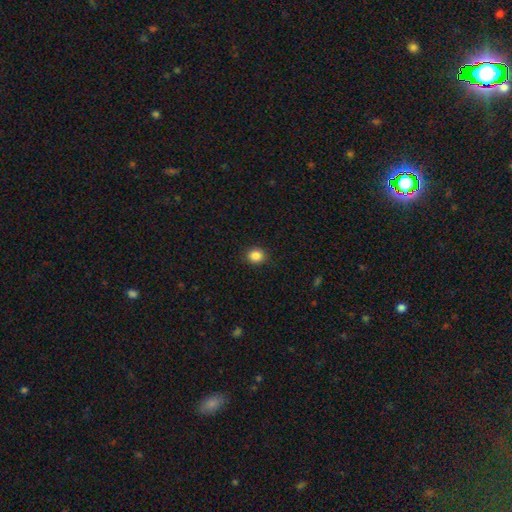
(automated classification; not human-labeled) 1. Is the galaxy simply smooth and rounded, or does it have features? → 86% smooth, 10% star or artifact, 4% featured or disk.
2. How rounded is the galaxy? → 80% round, 19% in between, 1% cigar-shaped.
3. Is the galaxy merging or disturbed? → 90% none, 7% minor disturbance, 2% major disturbance, 1% merger.